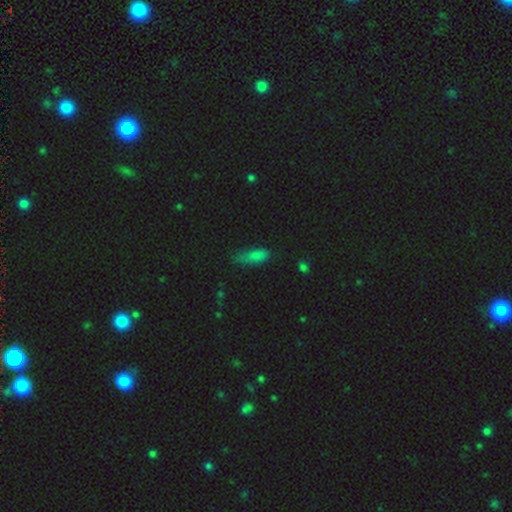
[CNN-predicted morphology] smooth 77%, star or artifact 15%, featured or disk 9%. Down the decision tree: how rounded — in between (70%); merging — none (45%).